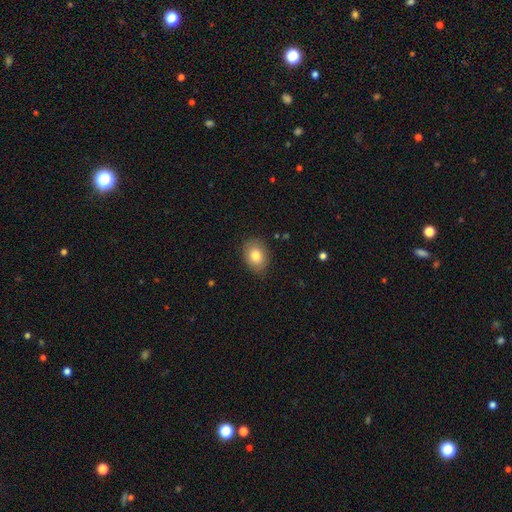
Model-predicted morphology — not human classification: smooth-or-featured: smooth: 81% | featured or disk: 11% | star or artifact: 8%
  how-rounded: in between: 64% | round: 35% | cigar-shaped: 1%
  merging: none: 82% | minor disturbance: 14% | major disturbance: 3% | merger: 1%